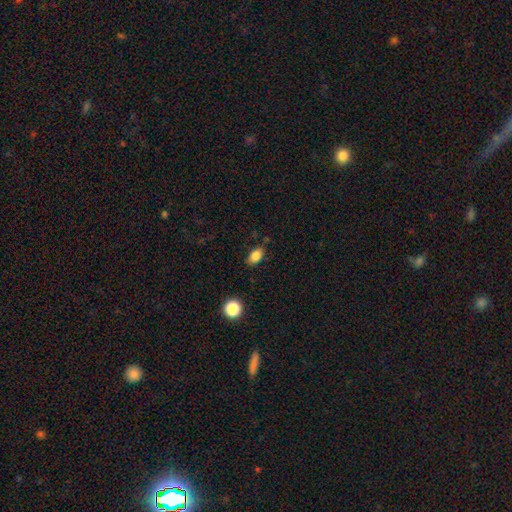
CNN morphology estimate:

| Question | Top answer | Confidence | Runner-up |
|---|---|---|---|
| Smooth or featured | smooth | 84% | star or artifact (10%) |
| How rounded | in between | 87% | round (10%) |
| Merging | none | 80% | minor disturbance (15%) |